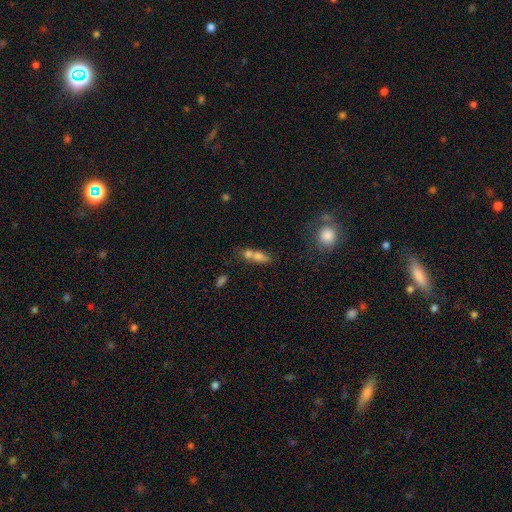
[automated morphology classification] smooth 66%, featured or disk 22%, star or artifact 11%. Down the decision tree: how rounded — in between (57%); merging — merger (57%).